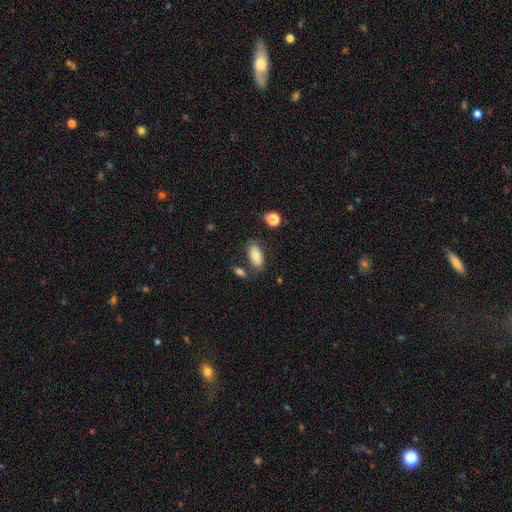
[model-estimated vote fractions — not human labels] A smooth galaxy with no disk features (78%) that is in between round and cigar-shaped (92%).

Vote fractions:
- Smooth or featured? smooth: 78% / featured or disk: 14% / star or artifact: 8%
- How rounded? in between: 92% / cigar-shaped: 5% / round: 4%
- Merging? none: 75% / minor disturbance: 14% / merger: 7% / major disturbance: 4%